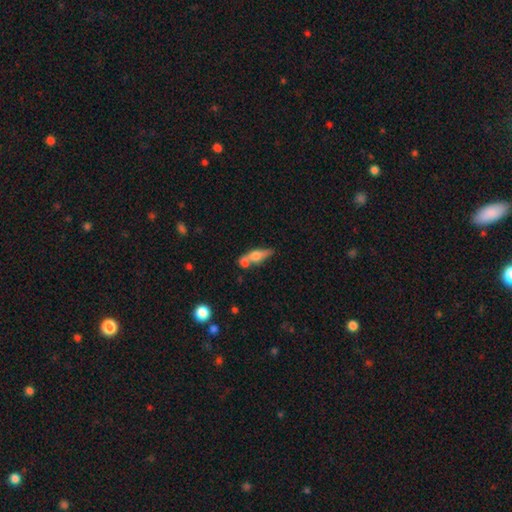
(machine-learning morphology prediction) Smooth or featured?
  - smooth: 53% *
  - featured or disk: 40%
  - star or artifact: 8%
How rounded?
  - cigar-shaped: 57% *
  - in between: 38%
  - round: 5%
Merging?
  - none: 48% *
  - merger: 32%
  - minor disturbance: 14%
  - major disturbance: 5%